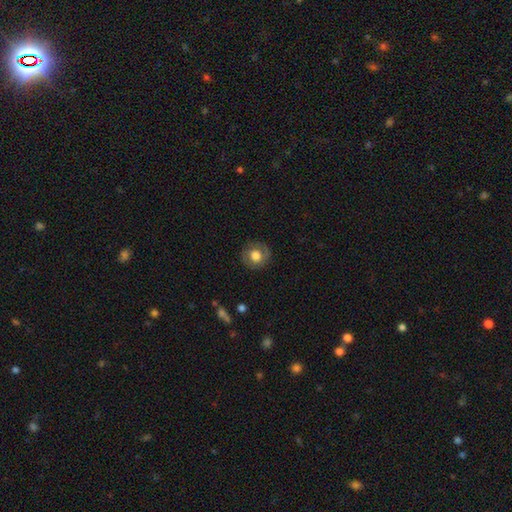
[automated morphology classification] A smooth galaxy with no disk features (72%) that is round (88%). Merging: none (84%).